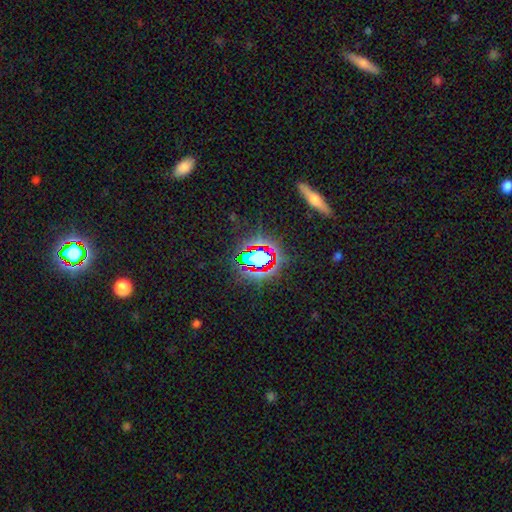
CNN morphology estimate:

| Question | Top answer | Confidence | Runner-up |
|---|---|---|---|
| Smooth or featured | star or artifact | 69% | smooth (19%) |